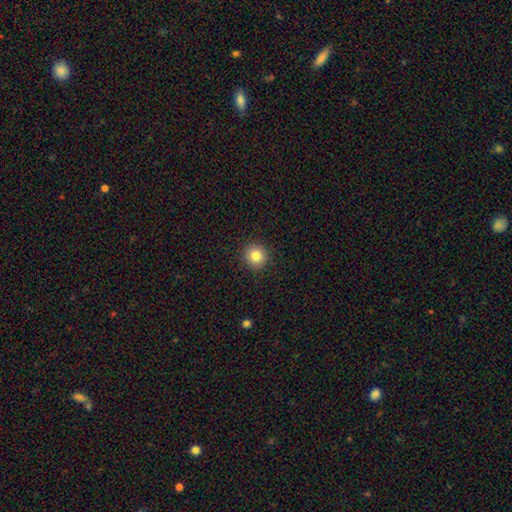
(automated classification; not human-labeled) Q: Smooth or featured?
A: smooth (83%); runner-up: star or artifact (11%)
Q: How rounded?
A: round (93%); runner-up: in between (6%)
Q: Merging?
A: none (92%); runner-up: minor disturbance (5%)